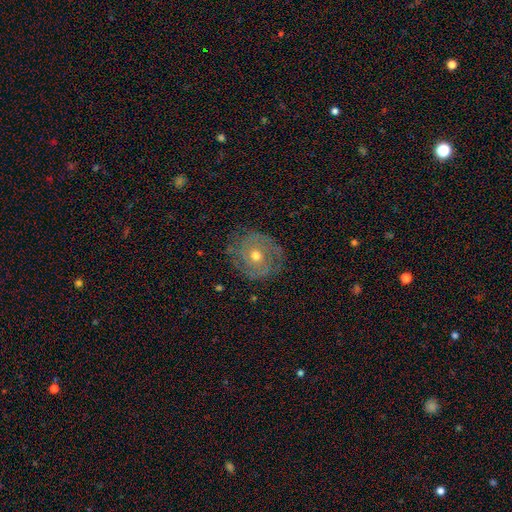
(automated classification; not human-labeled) This appears to be a featured or disk galaxy (72%) with no bar (83%), tight (69%) spiral arms (81%) and a moderate central bulge (68%). Merging: none (79%).